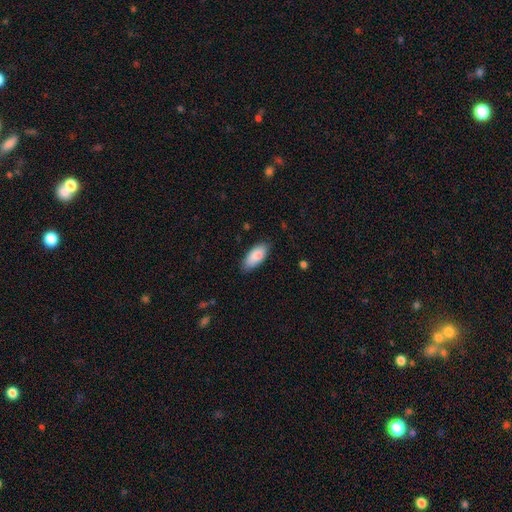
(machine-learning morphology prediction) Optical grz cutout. It shows a smooth galaxy with no disk features (88%) that is in between round and cigar-shaped (87%). Merging: none (83%).